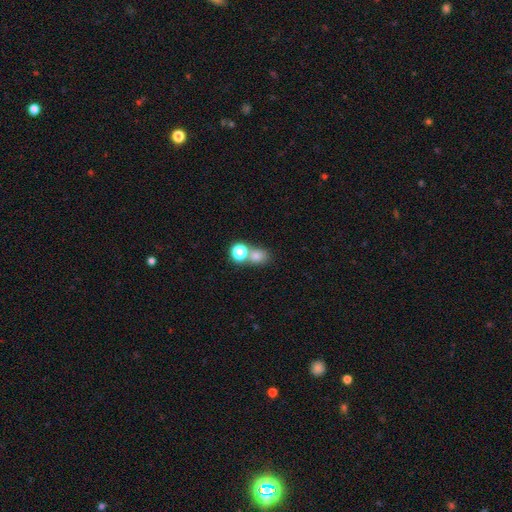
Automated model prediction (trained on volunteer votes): Smooth or featured: smooth — 73% (star or artifact — 18%)
How rounded: round — 64% (in between — 35%)
Merging: none — 48% (merger — 39%)